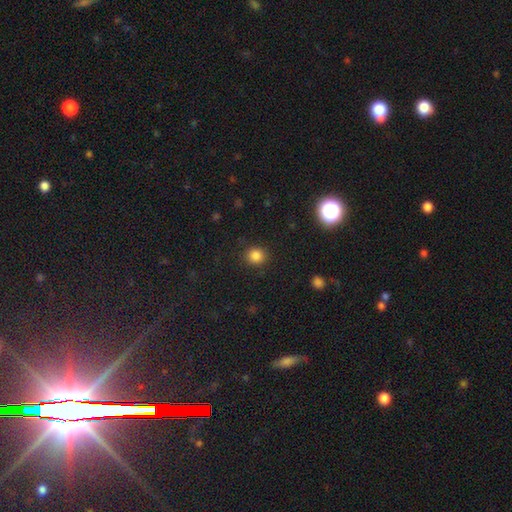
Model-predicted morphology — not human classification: A smooth galaxy with no disk features (83%) that is round (86%).

Vote fractions:
- Smooth or featured? smooth: 83% / star or artifact: 12% / featured or disk: 4%
- How rounded? round: 86% / in between: 13% / cigar-shaped: 1%
- Merging? none: 89% / minor disturbance: 7% / major disturbance: 3% / merger: 1%